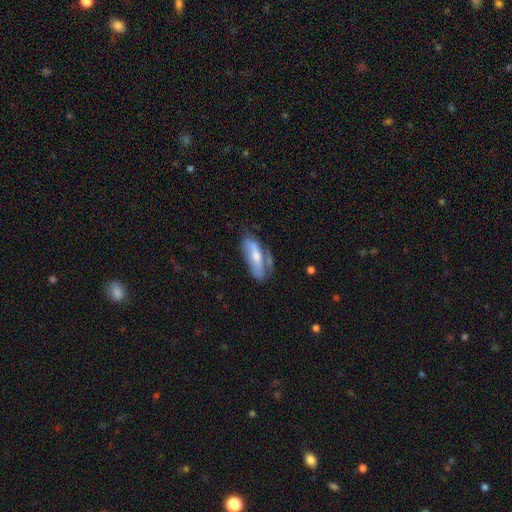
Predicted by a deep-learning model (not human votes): This is possibly a smooth galaxy (56%). How rounded: likely in between (64%). Merging: marginally none (44%).